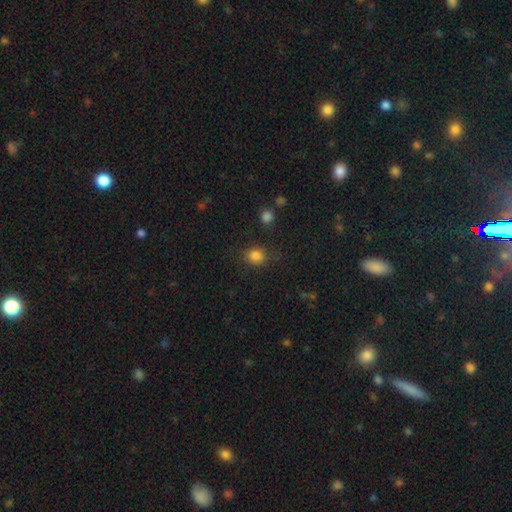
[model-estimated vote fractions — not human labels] Smooth or featured? smooth (83%)
How rounded? round (67%)
Merging? none (80%)